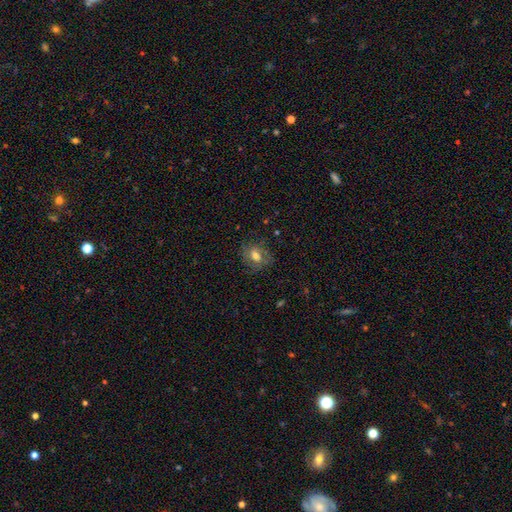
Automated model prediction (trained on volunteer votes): The model was most divided on "how rounded": in between: 50%, round: 48%, cigar-shaped: 2%. More confident: merging — none (71%); smooth or featured — smooth (57%).